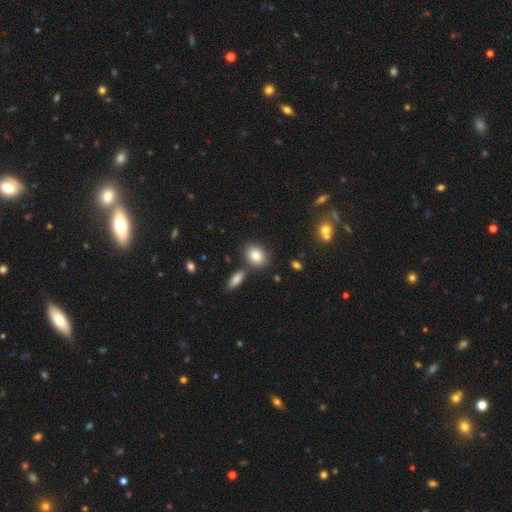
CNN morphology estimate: This is clearly a smooth galaxy (83%). How rounded: possibly in between (57%). Merging: likely none (73%).